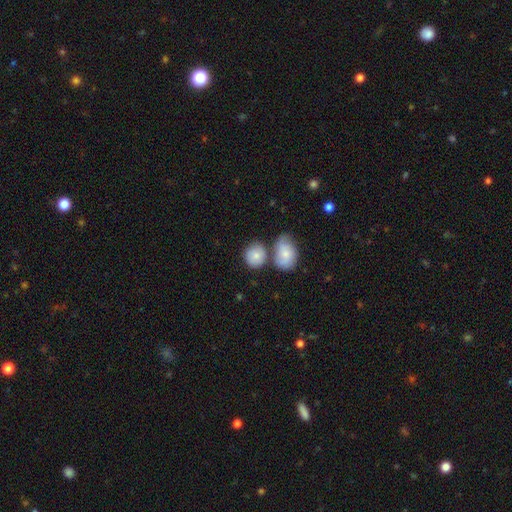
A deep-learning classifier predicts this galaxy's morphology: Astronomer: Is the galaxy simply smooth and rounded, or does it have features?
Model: smooth — 77%.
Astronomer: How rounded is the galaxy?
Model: round — 72%.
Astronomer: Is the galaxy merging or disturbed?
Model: none — 49% (runner-up: merger, 33%).